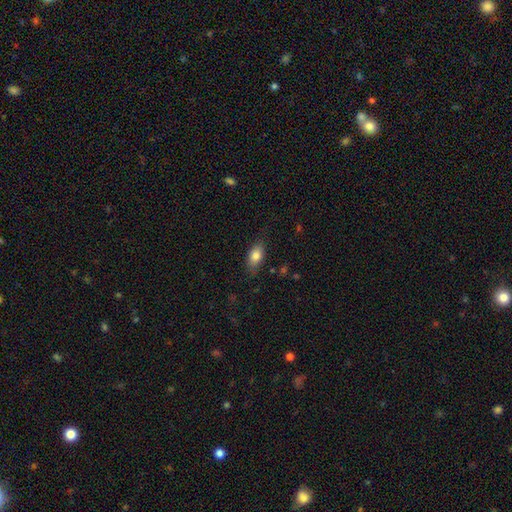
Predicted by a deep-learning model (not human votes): Smooth or featured? Predicted: smooth (p=0.81). How rounded? Predicted: in between (p=0.87). Merging? Predicted: none (p=0.77).